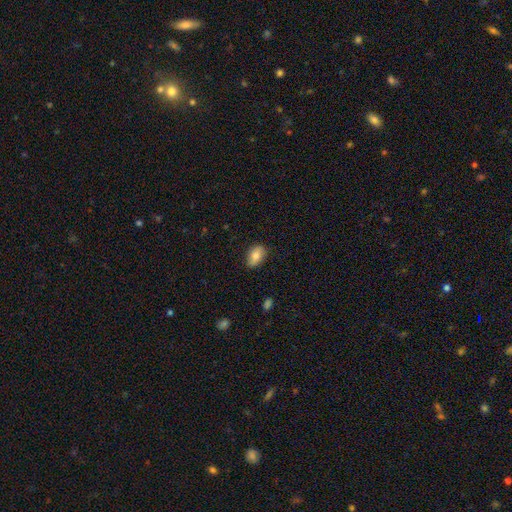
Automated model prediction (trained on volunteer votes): This appears to be a smooth galaxy with no disk features (77%) that is in between round and cigar-shaped (90%). Merging: none (82%).